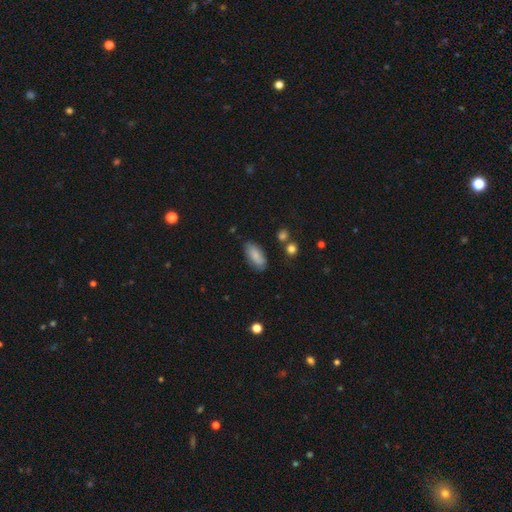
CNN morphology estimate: Smooth or featured? smooth (80%)
How rounded? in between (87%)
Merging? none (75%)